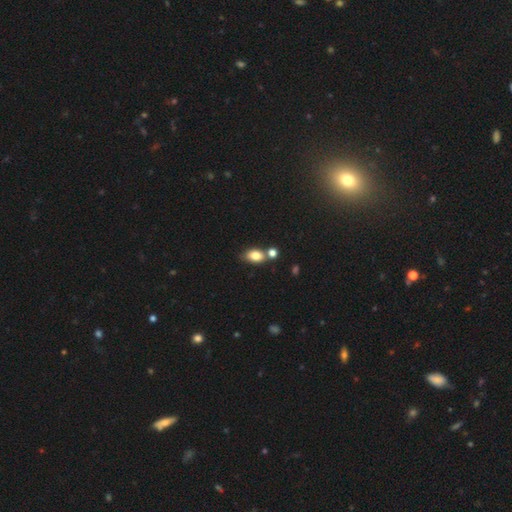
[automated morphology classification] Smooth or featured: smooth — 81% (star or artifact — 10%)
How rounded: in between — 80% (round — 18%)
Merging: none — 54% (merger — 27%)